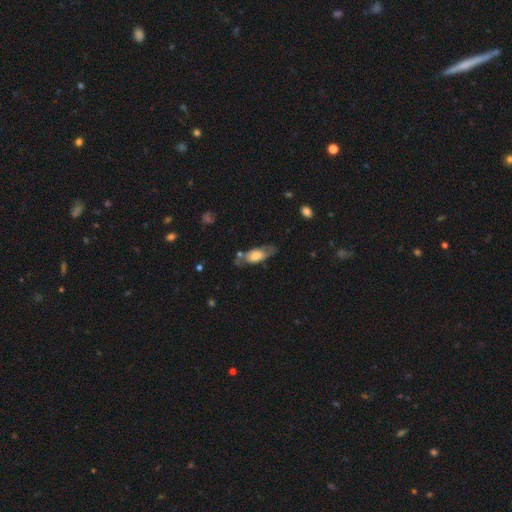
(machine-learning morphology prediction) Smooth or featured: smooth — 53% (featured or disk — 40%)
How rounded: in between — 75% (cigar-shaped — 21%)
Merging: none — 59% (minor disturbance — 24%)